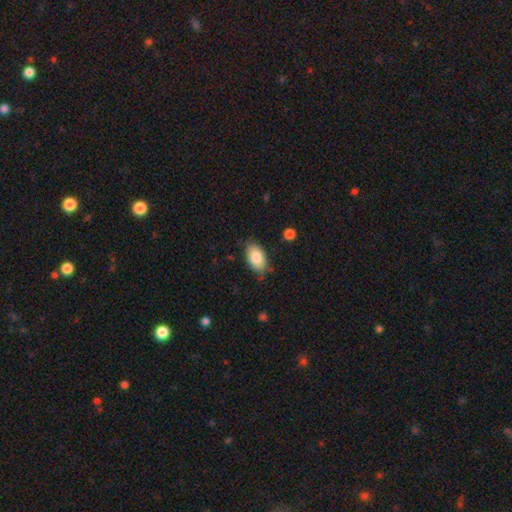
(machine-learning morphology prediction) This appears to be a smooth galaxy with no disk features (85%) that is in between round and cigar-shaped (94%). Merging: none (80%).